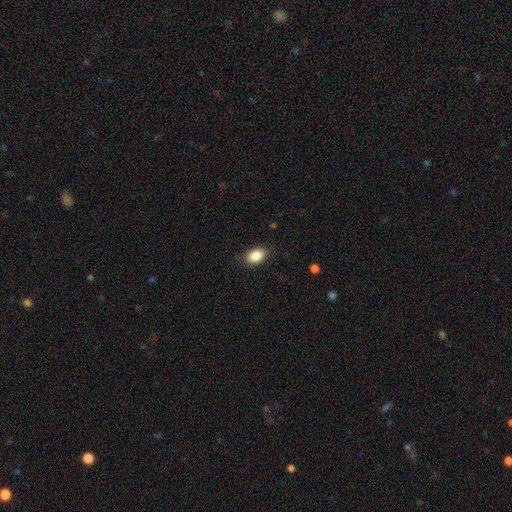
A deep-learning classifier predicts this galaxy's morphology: smooth-or-featured: smooth: 86% | star or artifact: 8% | featured or disk: 6%
  how-rounded: in between: 88% | round: 10% | cigar-shaped: 2%
  merging: none: 84% | minor disturbance: 12% | major disturbance: 3% | merger: 1%